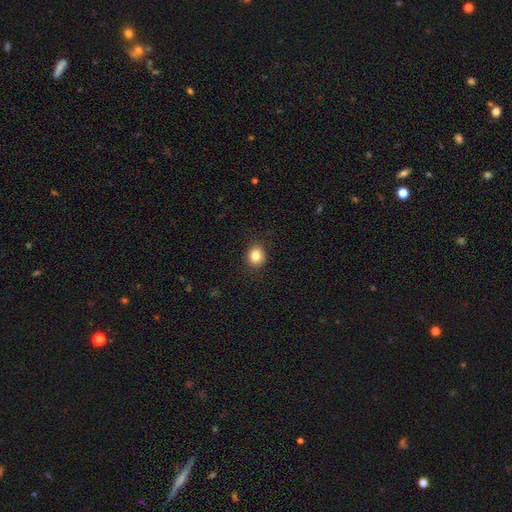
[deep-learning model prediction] A smooth galaxy with no disk features (84%) that is round (71%).

Vote fractions:
- Smooth or featured? smooth: 84% / star or artifact: 10% / featured or disk: 6%
- How rounded? round: 71% / in between: 28% / cigar-shaped: 1%
- Merging? none: 89% / minor disturbance: 8% / major disturbance: 2% / merger: 1%